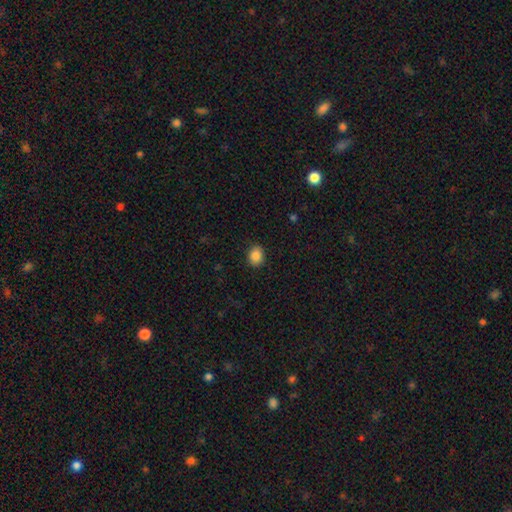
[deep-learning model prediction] smooth-or-featured: smooth: 87% | star or artifact: 9% | featured or disk: 4%
  how-rounded: round: 51% | in between: 48% | cigar-shaped: 1%
  merging: none: 89% | minor disturbance: 8% | major disturbance: 2% | merger: 1%